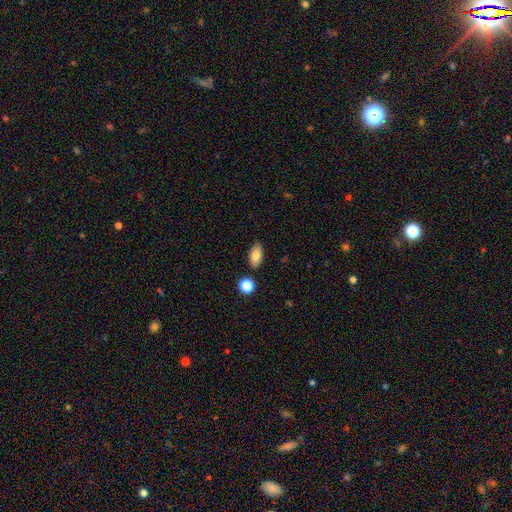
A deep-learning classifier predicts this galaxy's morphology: smooth-or-featured: smooth: 83% | featured or disk: 10% | star or artifact: 8%
  how-rounded: in between: 90% | round: 6% | cigar-shaped: 5%
  merging: none: 83% | minor disturbance: 11% | merger: 4% | major disturbance: 2%